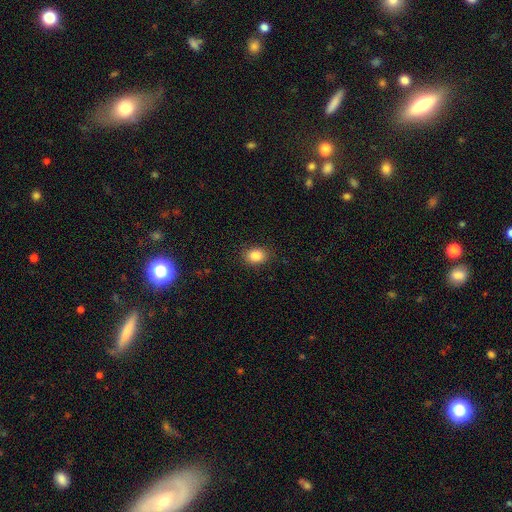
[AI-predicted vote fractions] Smooth or featured? smooth (86%)
How rounded? in between (59%)
Merging? none (88%)